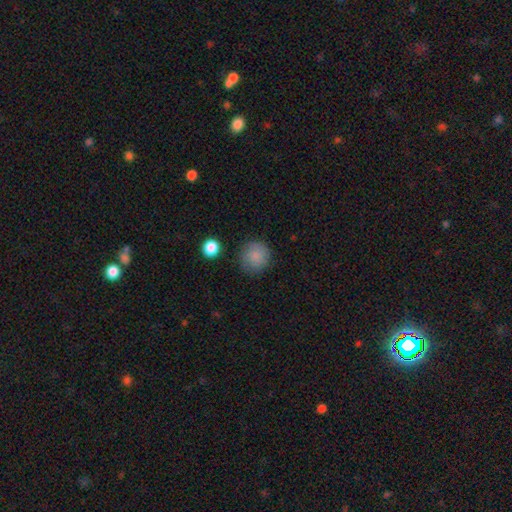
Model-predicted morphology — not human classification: type=smooth (84%); roundness=round (92%); merging=none (80%).